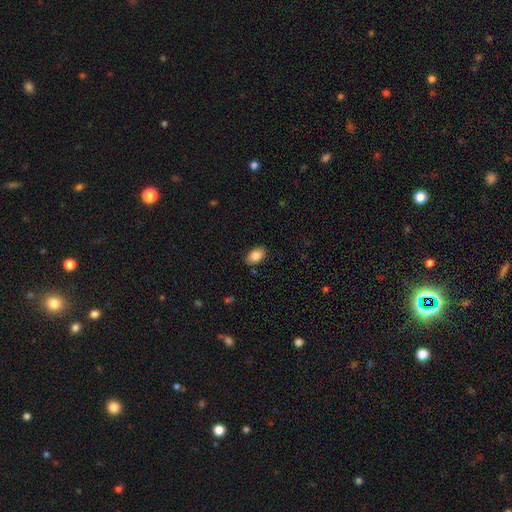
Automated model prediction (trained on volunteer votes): smooth-or-featured: smooth: 85% | featured or disk: 7% | star or artifact: 7%
  how-rounded: in between: 91% | round: 7% | cigar-shaped: 1%
  merging: none: 84% | minor disturbance: 12% | major disturbance: 2% | merger: 1%